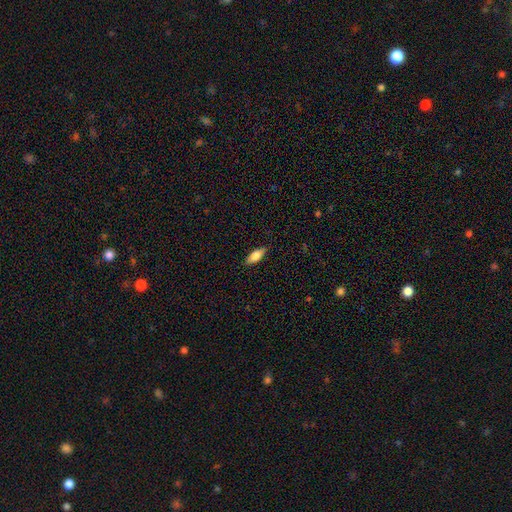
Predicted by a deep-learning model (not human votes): smooth_or_featured: smooth (p=0.71) [alt: featured or disk p=0.22]
how_rounded: in between (p=0.71) [alt: cigar-shaped p=0.27]
merging: none (p=0.87) [alt: minor disturbance p=0.10]